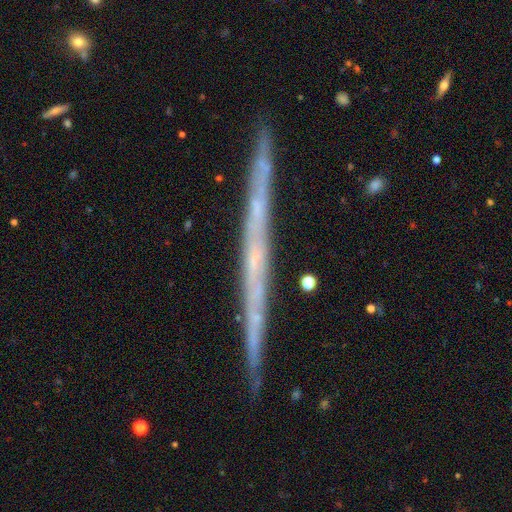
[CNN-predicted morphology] Overall: featured or disk (71%). Edge-on disk: yes (97%). Edge-on bulge: none (86%). Merging: none (90%).